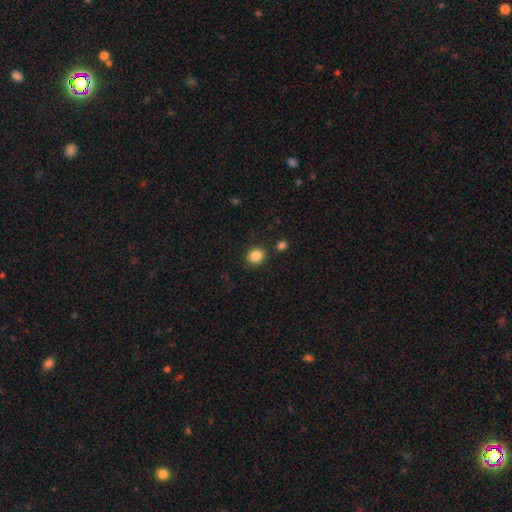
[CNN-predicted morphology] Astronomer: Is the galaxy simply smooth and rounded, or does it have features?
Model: smooth — 86%.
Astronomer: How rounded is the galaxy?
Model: round — 59% (runner-up: in between, 40%).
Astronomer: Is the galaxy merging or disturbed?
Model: none — 86%.